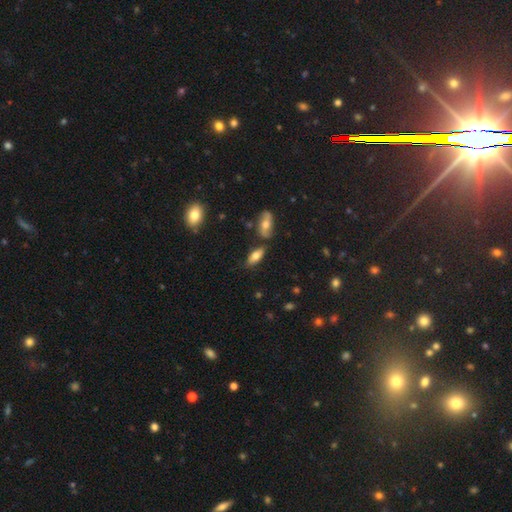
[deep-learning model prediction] Smooth or featured?
  - smooth: 73% *
  - featured or disk: 19%
  - star or artifact: 8%
How rounded?
  - in between: 82% *
  - cigar-shaped: 15%
  - round: 3%
Merging?
  - none: 70% *
  - minor disturbance: 16%
  - merger: 10%
  - major disturbance: 4%